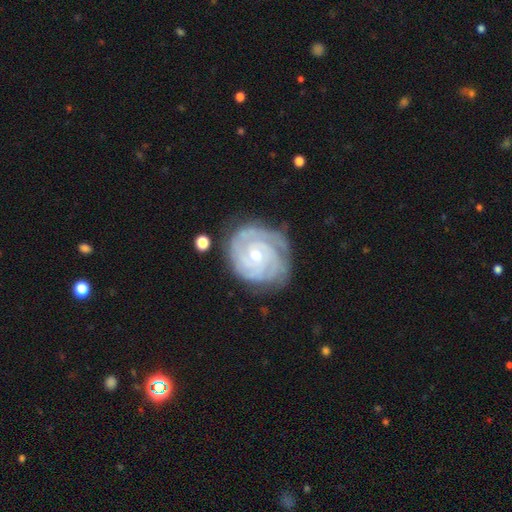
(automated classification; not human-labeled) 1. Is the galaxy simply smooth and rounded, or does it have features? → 90% featured or disk, 6% smooth, 5% star or artifact.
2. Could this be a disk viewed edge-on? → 98% no, 2% yes.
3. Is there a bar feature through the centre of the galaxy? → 67% no, 27% weak, 7% strong.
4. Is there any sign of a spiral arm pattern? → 98% yes, 2% no.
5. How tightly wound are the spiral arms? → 82% tight, 15% medium, 2% loose.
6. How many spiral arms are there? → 33% 3, 19% 4, 19% can't tell, 16% 2, 6% more than 4, 6% 1.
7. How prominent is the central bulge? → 52% small, 46% moderate, 1% large, 1% none, 1% dominant.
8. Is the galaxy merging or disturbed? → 76% none, 17% minor disturbance, 5% major disturbance, 2% merger.